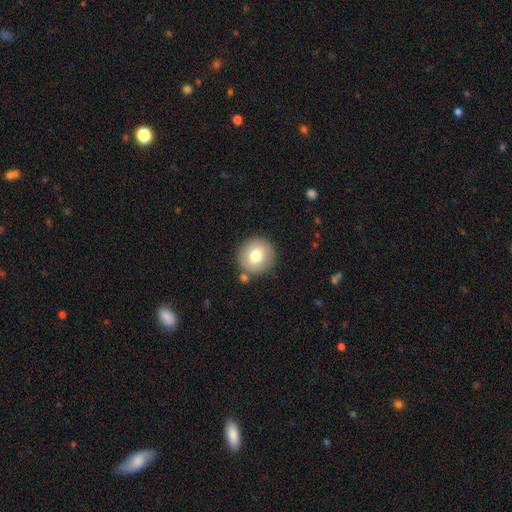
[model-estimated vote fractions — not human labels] Smooth or featured?
  - smooth: 77% *
  - featured or disk: 14%
  - star or artifact: 9%
How rounded?
  - round: 94% *
  - in between: 5%
  - cigar-shaped: 1%
Merging?
  - none: 84% *
  - minor disturbance: 8%
  - merger: 5%
  - major disturbance: 2%